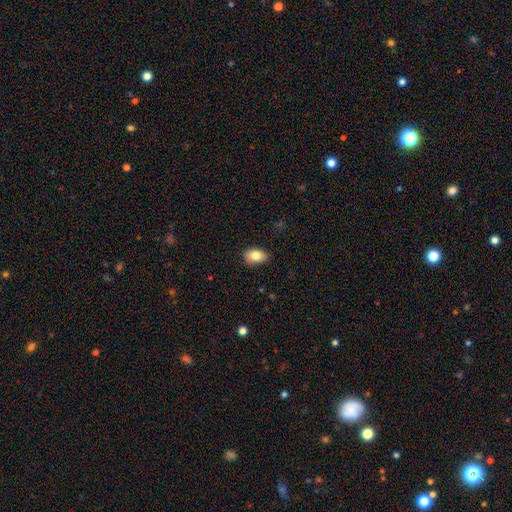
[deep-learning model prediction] Smooth or featured?
  - smooth: 82% *
  - featured or disk: 10%
  - star or artifact: 9%
How rounded?
  - in between: 83% *
  - round: 15%
  - cigar-shaped: 1%
Merging?
  - none: 77% *
  - minor disturbance: 19%
  - major disturbance: 3%
  - merger: 1%